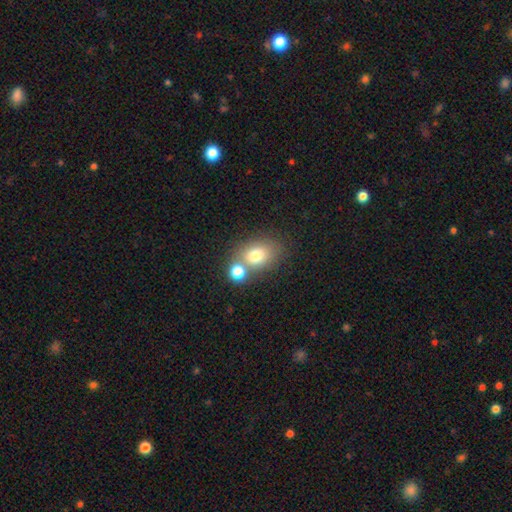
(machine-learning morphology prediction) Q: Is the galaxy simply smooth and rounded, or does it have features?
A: smooth — 75%.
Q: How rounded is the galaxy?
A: in between — 63%.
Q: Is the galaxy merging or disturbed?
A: none — 49%.